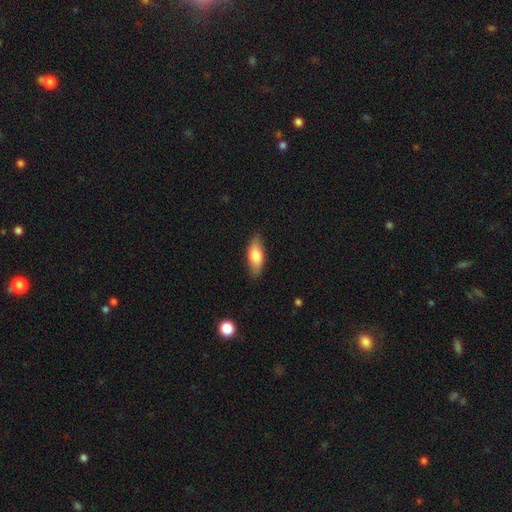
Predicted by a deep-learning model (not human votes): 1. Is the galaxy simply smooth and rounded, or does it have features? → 75% smooth, 19% featured or disk, 6% star or artifact.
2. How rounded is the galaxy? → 74% in between, 23% cigar-shaped, 3% round.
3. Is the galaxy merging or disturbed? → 83% none, 13% minor disturbance, 2% major disturbance, 1% merger.